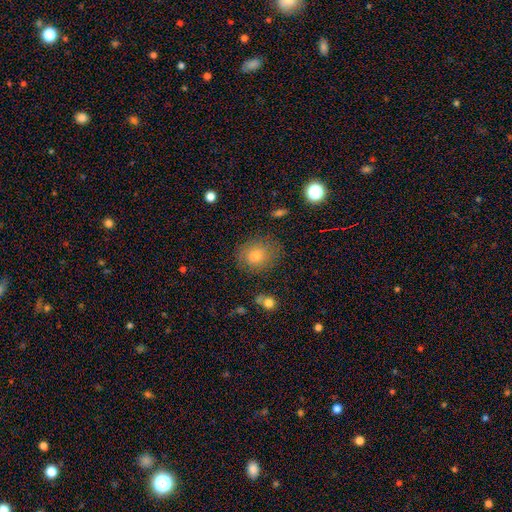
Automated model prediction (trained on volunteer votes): Smooth or featured: smooth — 66% (featured or disk — 19%)
How rounded: round — 65% (in between — 34%)
Merging: none — 79% (minor disturbance — 15%)